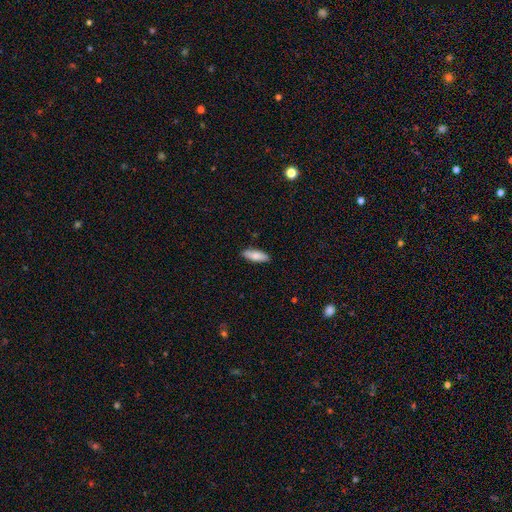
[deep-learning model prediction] smooth 80%, featured or disk 14%, star or artifact 6%. Down the decision tree: how rounded — in between (64%); merging — none (87%).